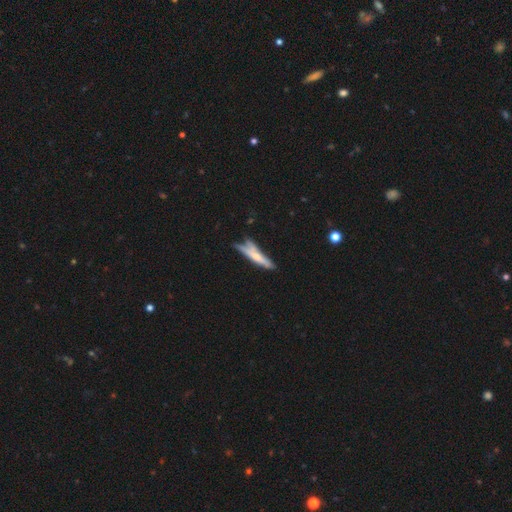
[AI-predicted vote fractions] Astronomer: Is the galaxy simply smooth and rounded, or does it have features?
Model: smooth — 49% (runner-up: featured or disk, 44%).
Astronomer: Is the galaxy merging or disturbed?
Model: none — 46% (runner-up: minor disturbance, 25%).